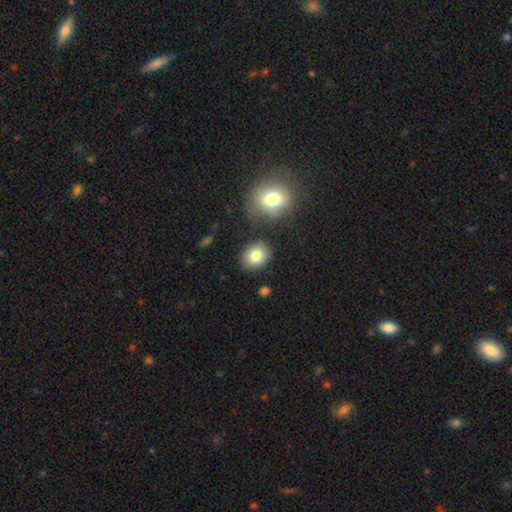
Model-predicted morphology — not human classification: This is clearly a smooth galaxy (82%). How rounded: possibly round (52%). Merging: clearly none (82%).